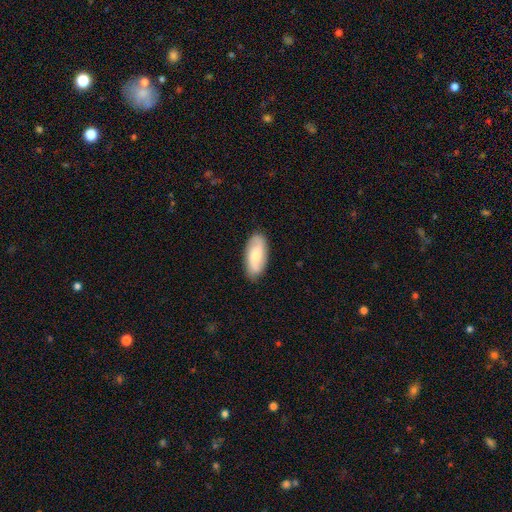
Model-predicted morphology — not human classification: Overall: smooth (55%; featured or disk 39%). How rounded: in between (87%). Merging: none (86%).